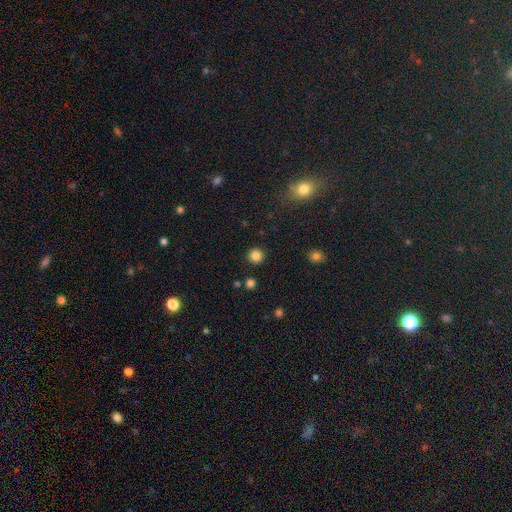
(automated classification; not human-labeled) Smooth or featured? smooth (84%)
How rounded? round (94%)
Merging? none (91%)